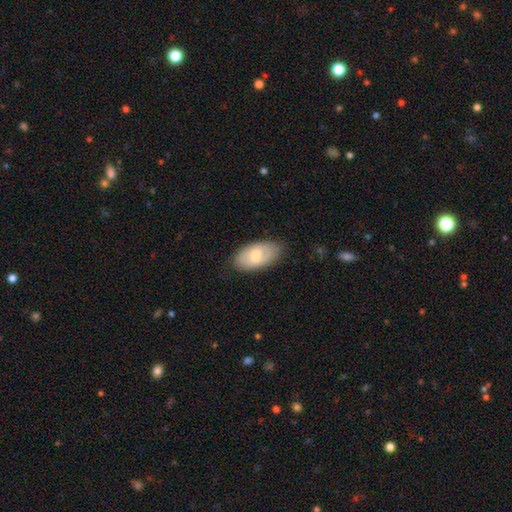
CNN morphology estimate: Smooth or featured? smooth (62%)
How rounded? in between (94%)
Merging? none (81%)